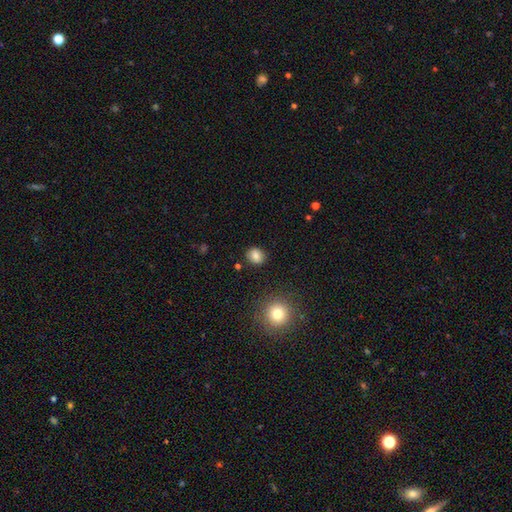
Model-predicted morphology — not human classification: This is clearly a smooth galaxy (82%). How rounded: likely round (72%). Merging: clearly none (87%).